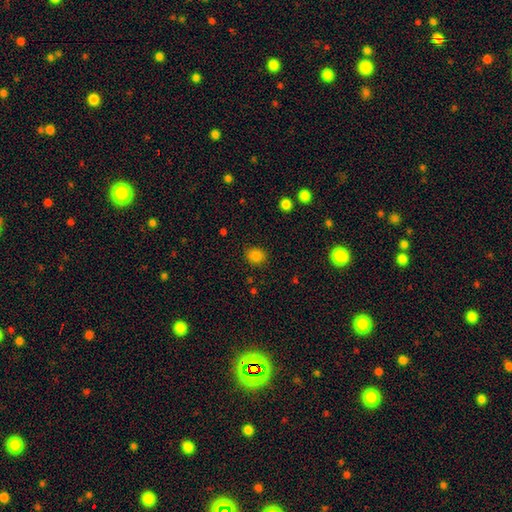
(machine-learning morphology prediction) smooth 84%, star or artifact 12%, featured or disk 4%. Down the decision tree: how rounded — round (65%); merging — none (86%).